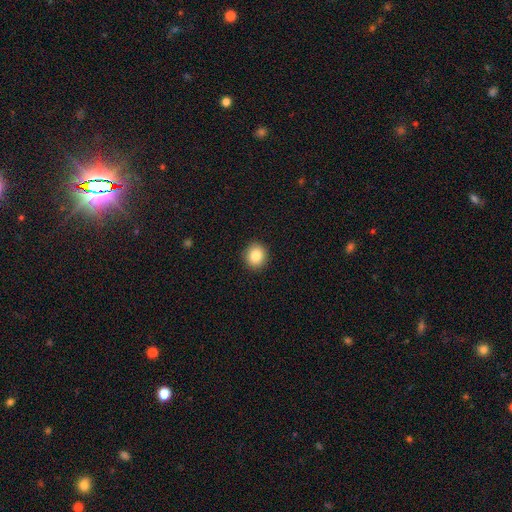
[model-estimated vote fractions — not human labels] A smooth galaxy with no disk features (84%) that is round (79%).

Vote fractions:
- Smooth or featured? smooth: 84% / star or artifact: 9% / featured or disk: 7%
- How rounded? round: 79% / in between: 20% / cigar-shaped: 1%
- Merging? none: 92% / minor disturbance: 6% / major disturbance: 2% / merger: 1%